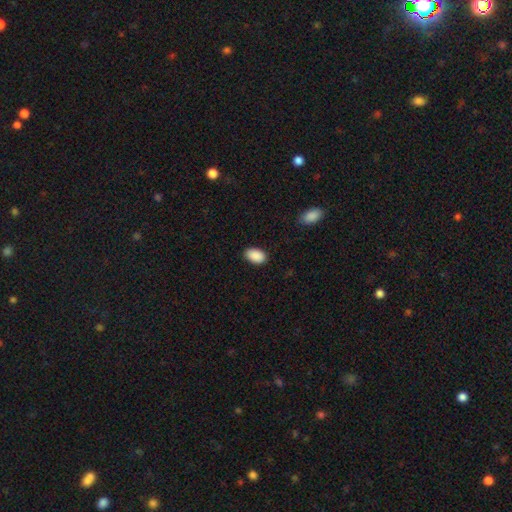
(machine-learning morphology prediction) smooth 91%, star or artifact 7%, featured or disk 3%. Down the decision tree: how rounded — in between (91%); merging — none (87%).